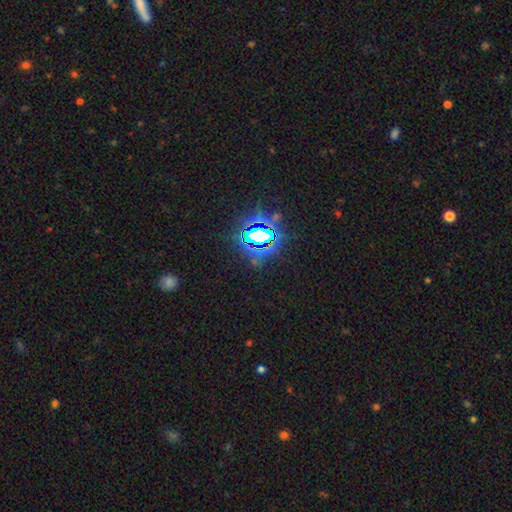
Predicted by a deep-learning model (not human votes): This appears to be a star or artifact, not a galaxy (82%).